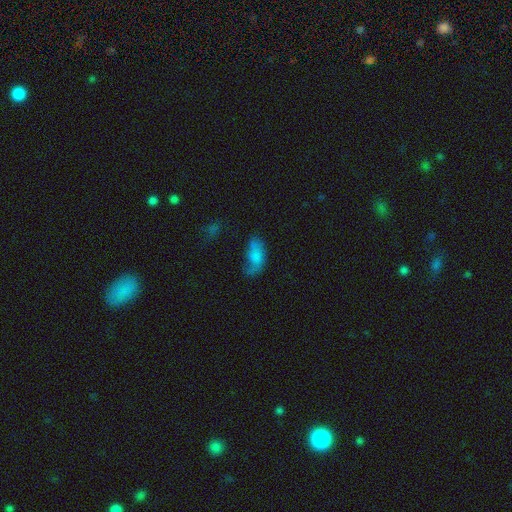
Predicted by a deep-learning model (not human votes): Smooth or featured? smooth (68%)
How rounded? in between (90%)
Merging? none (38%)